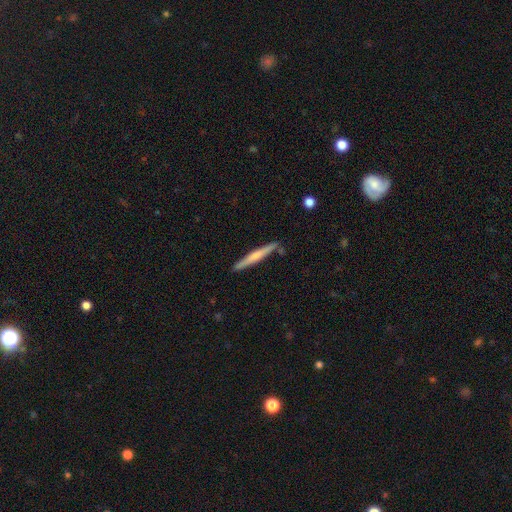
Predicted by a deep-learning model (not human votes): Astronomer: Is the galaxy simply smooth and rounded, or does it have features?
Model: featured or disk — 48% (runner-up: smooth, 47%).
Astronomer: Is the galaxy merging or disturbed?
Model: none — 86%.